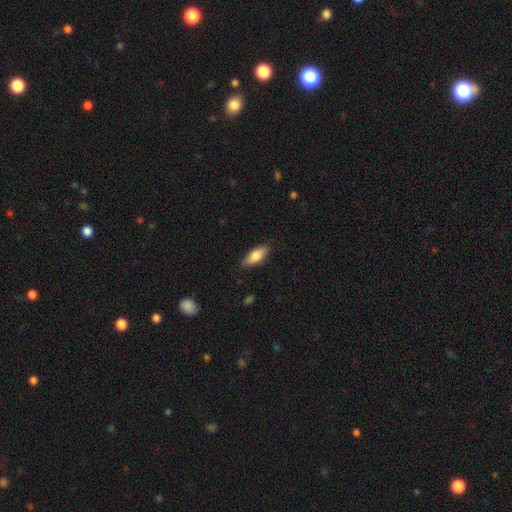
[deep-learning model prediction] smooth_or_featured: smooth (p=0.79) [alt: featured or disk p=0.15]
how_rounded: in between (p=0.73) [alt: cigar-shaped p=0.24]
merging: none (p=0.84) [alt: minor disturbance p=0.12]